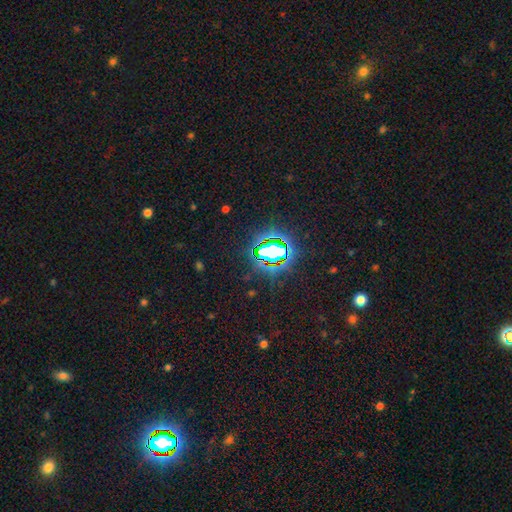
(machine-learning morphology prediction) Q: Smooth or featured?
A: star or artifact (83%); runner-up: smooth (10%)